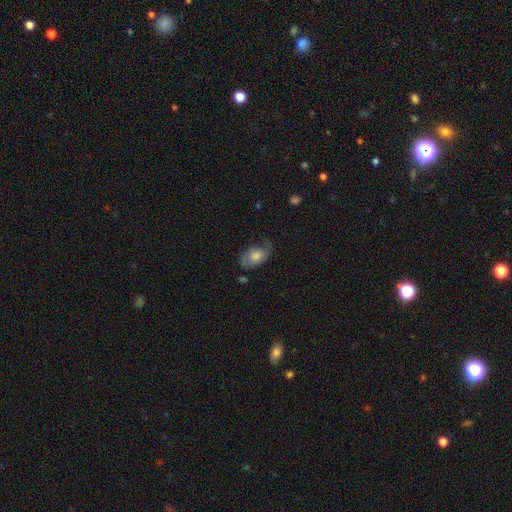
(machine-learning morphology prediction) A smooth galaxy with no disk features (48%). Merging: none (58%).